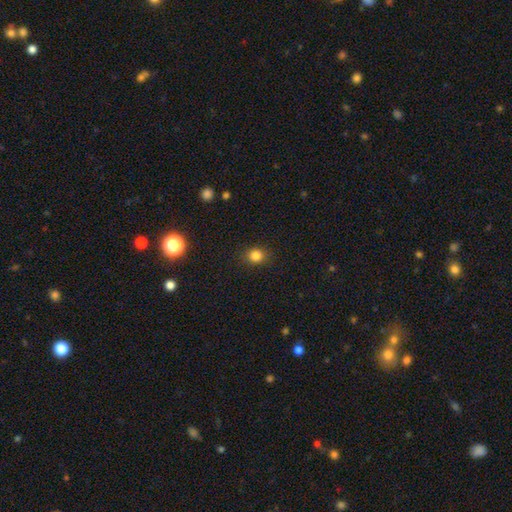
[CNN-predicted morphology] type=smooth (83%); roundness=round (75%); merging=none (88%).